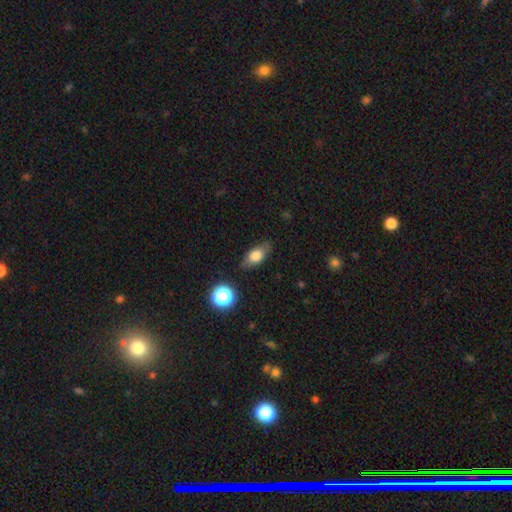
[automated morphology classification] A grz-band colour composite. It shows a smooth galaxy with no disk features (74%) that is in between round and cigar-shaped (80%). Merging: none (77%).